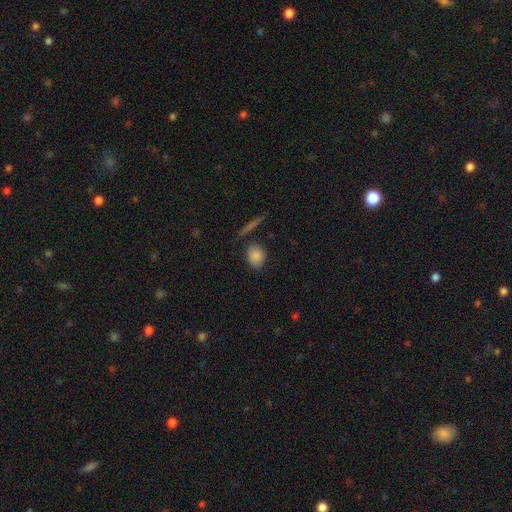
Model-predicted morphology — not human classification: Smooth or featured? Predicted: smooth (p=0.85). How rounded? Predicted: round (p=0.56). Merging? Predicted: none (p=0.79).